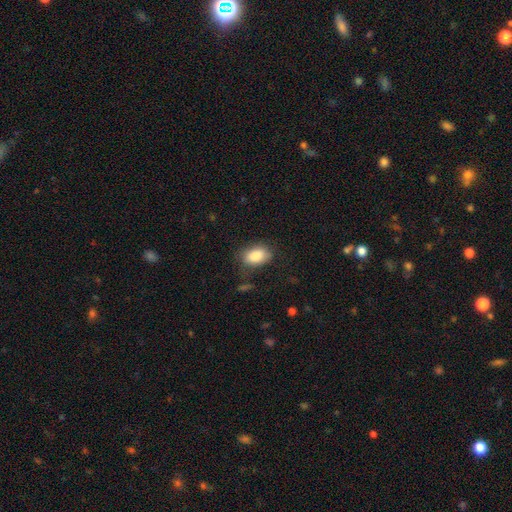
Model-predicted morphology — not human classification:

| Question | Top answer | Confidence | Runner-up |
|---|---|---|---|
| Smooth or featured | smooth | 86% | star or artifact (8%) |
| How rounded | in between | 88% | round (10%) |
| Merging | none | 75% | minor disturbance (18%) |